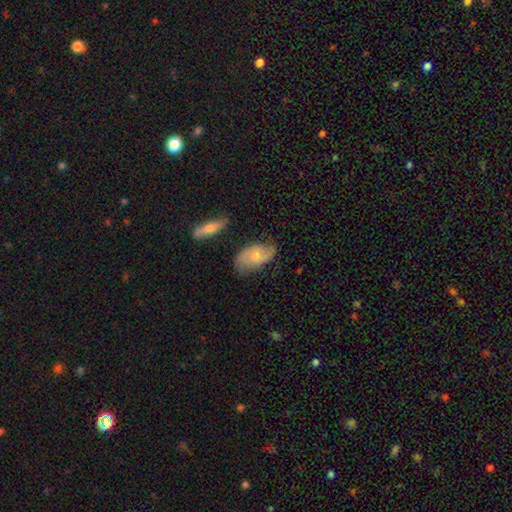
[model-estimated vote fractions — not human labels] featured or disk 56%, smooth 38%, star or artifact 6%. Down the decision tree: edge-on disk — no (94%); bar — no (64%); spiral arms — yes (87%); bulge size — small (61%); merging — none (68%).